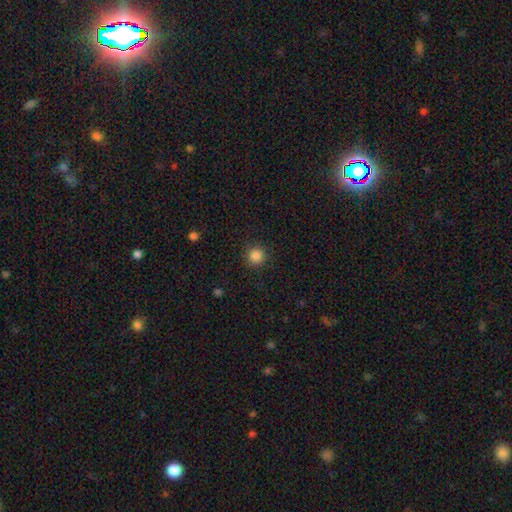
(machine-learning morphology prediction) The model was most divided on "smooth or featured": smooth: 86%, star or artifact: 11%, featured or disk: 3%. More confident: how rounded — round (94%); merging — none (89%).